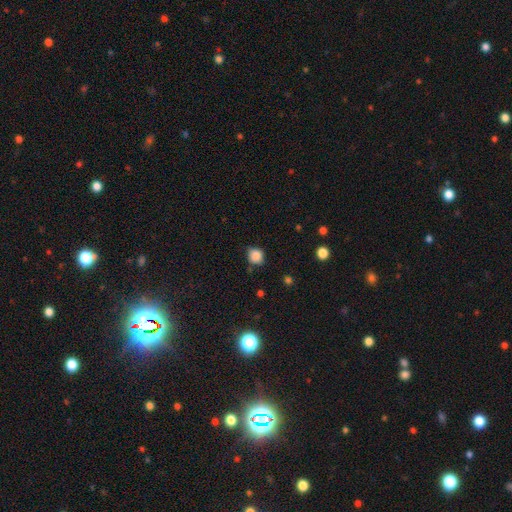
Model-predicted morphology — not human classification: This appears to be a smooth galaxy with no disk features (85%) that is round (79%). Merging: none (72%).